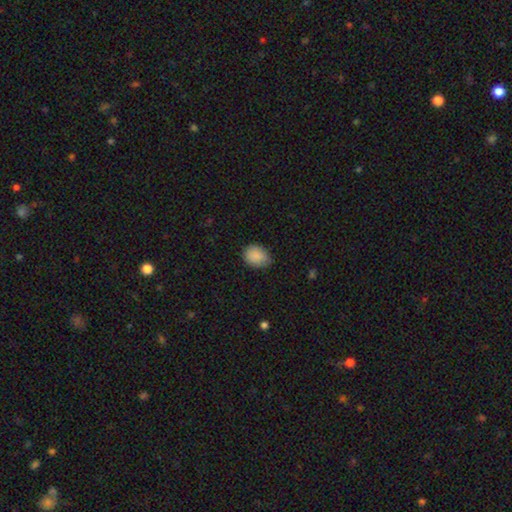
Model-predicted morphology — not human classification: smooth_or_featured: smooth (p=0.89) [alt: star or artifact p=0.07]
how_rounded: in between (p=0.60) [alt: round p=0.39]
merging: none (p=0.73) [alt: minor disturbance p=0.22]